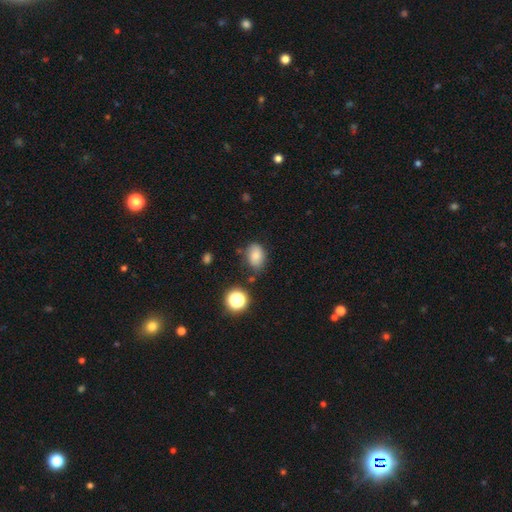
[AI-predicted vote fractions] Morphology: type=smooth (80%); roundness=in between (75%); merging=none (69%).